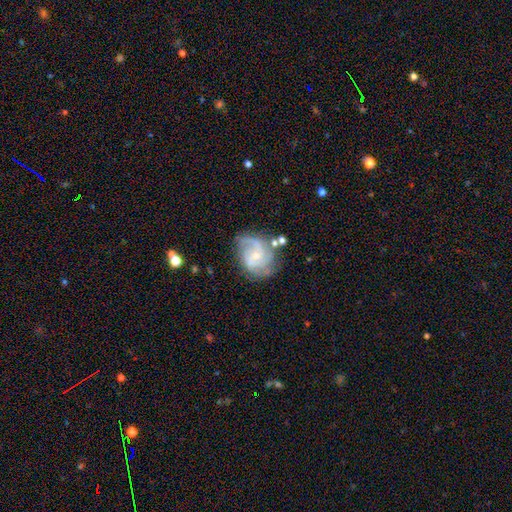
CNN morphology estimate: This appears to be a featured or disk galaxy (84%) with no bar (54%), 2 (43%) medium (52%) spiral arms (96%) and a small central bulge (69%). Merging: none (66%).